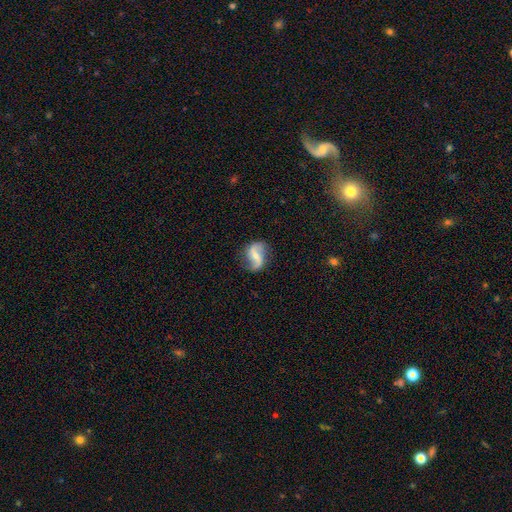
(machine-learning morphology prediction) Smooth or featured? Predicted: featured or disk (p=0.81). Edge-on disk? Predicted: no (p=0.97). Bar? Predicted: weak (p=0.39). Spiral arms? Predicted: yes (p=0.94). Spiral winding? Predicted: loose (p=0.72). Spiral arm count? Predicted: 2 (p=0.92). Bulge size? Predicted: small (p=0.49). Merging? Predicted: none (p=0.78).